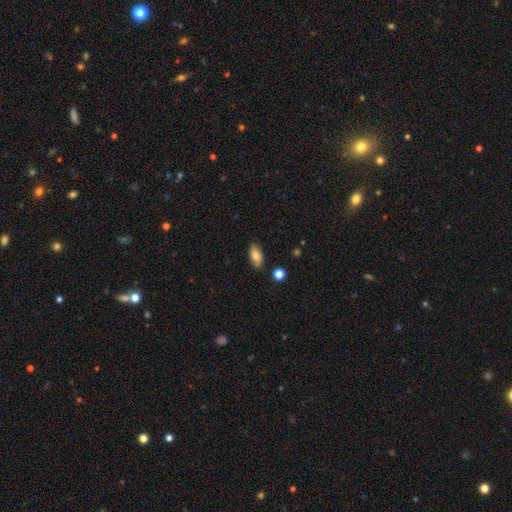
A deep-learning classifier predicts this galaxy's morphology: Smooth or featured? smooth (79%)
How rounded? in between (89%)
Merging? none (84%)